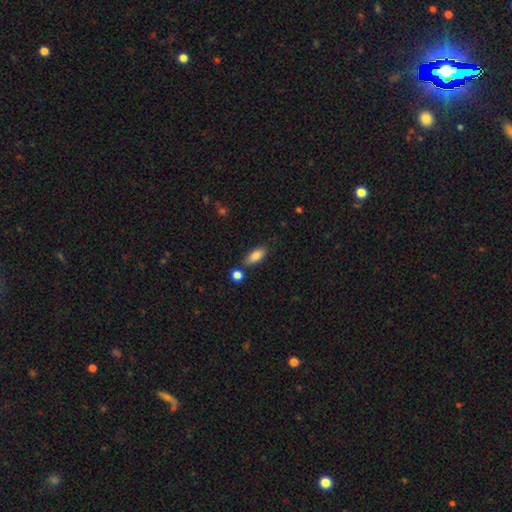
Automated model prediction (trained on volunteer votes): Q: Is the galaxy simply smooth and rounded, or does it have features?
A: smooth — 84%.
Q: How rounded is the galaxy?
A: in between — 83%.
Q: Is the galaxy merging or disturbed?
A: none — 75%.